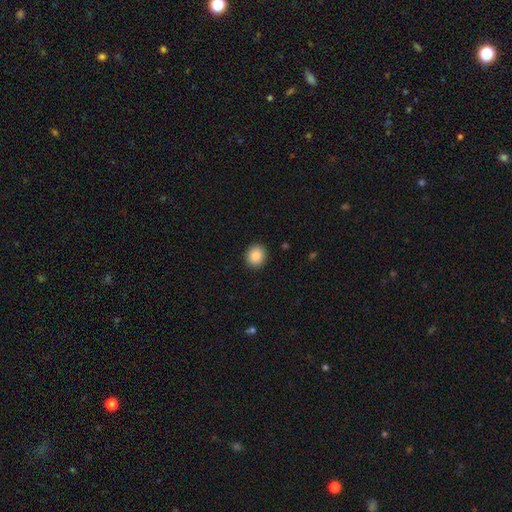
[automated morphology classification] smooth 87%, star or artifact 9%, featured or disk 5%. Down the decision tree: how rounded — round (77%); merging — none (91%).